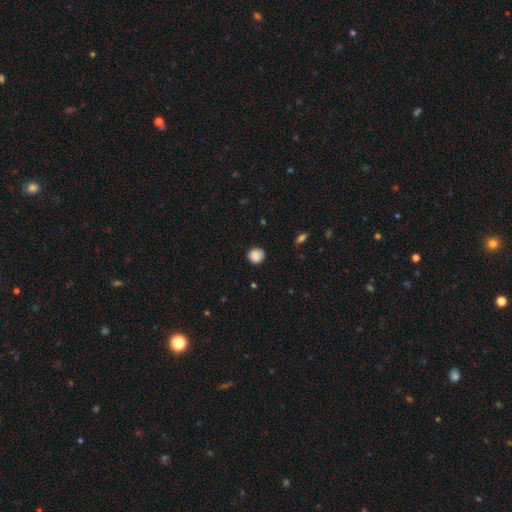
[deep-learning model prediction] Smooth or featured?
  - smooth: 89% *
  - star or artifact: 9%
  - featured or disk: 3%
How rounded?
  - round: 92% *
  - in between: 7%
  - cigar-shaped: 1%
Merging?
  - none: 89% *
  - minor disturbance: 8%
  - major disturbance: 2%
  - merger: 1%